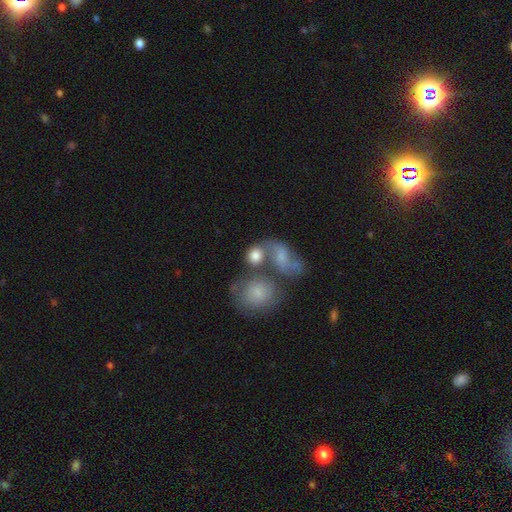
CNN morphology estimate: This is likely a smooth galaxy (75%). How rounded: likely round (63%). Merging: marginally merger (43%).